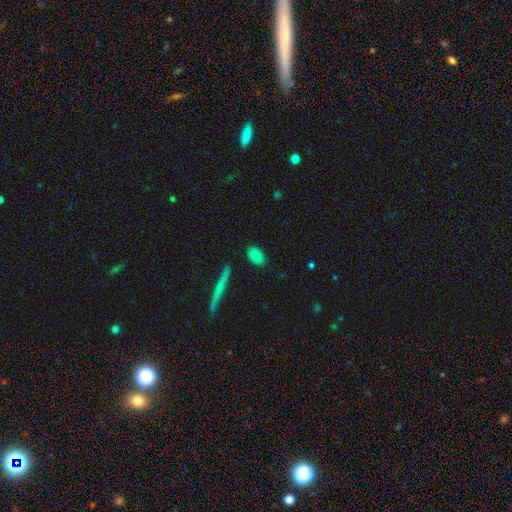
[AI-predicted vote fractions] This is likely a smooth galaxy (80%). How rounded: clearly in between (89%). Merging: clearly none (86%).